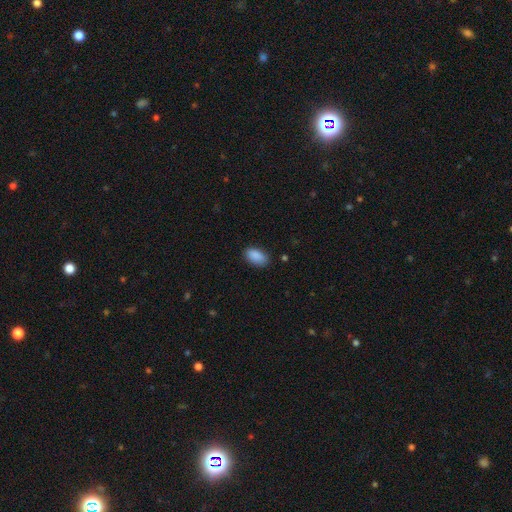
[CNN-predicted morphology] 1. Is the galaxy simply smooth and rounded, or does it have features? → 90% smooth, 7% star or artifact, 3% featured or disk.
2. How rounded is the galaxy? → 94% in between, 4% round, 3% cigar-shaped.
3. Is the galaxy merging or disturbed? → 84% none, 12% minor disturbance, 2% major disturbance, 1% merger.